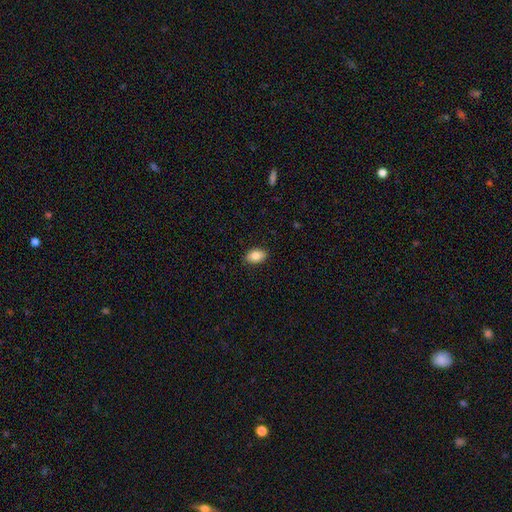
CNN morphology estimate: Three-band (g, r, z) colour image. It shows a smooth galaxy with no disk features (84%) that is in between round and cigar-shaped (88%). Merging: none (88%).